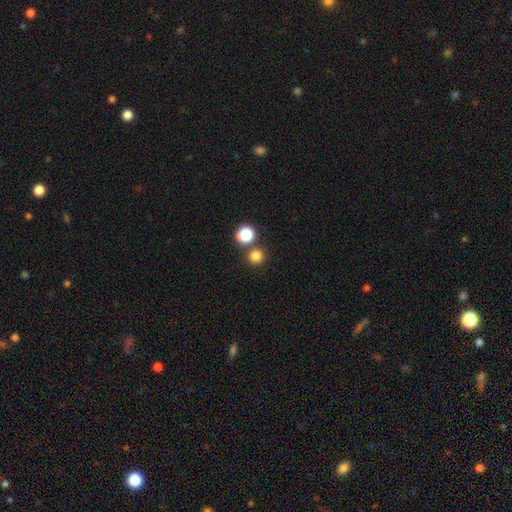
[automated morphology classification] type=smooth (80%); roundness=round (94%); merging=none (77%).